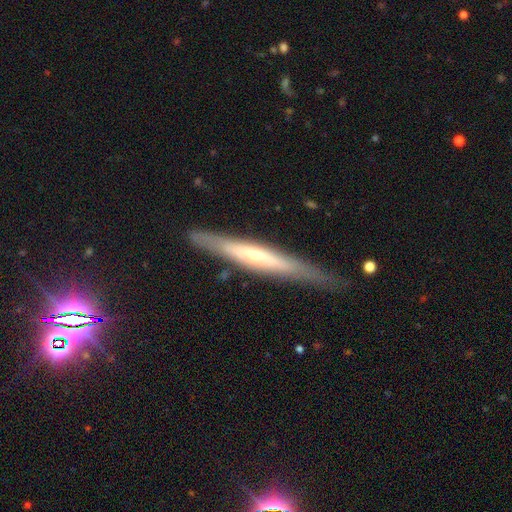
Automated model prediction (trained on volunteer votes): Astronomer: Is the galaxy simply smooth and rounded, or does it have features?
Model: featured or disk — 63%.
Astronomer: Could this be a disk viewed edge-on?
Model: yes — 89%.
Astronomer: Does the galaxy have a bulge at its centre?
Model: rounded — 52% (runner-up: none, 37%).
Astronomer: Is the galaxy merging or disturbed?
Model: none — 80%.